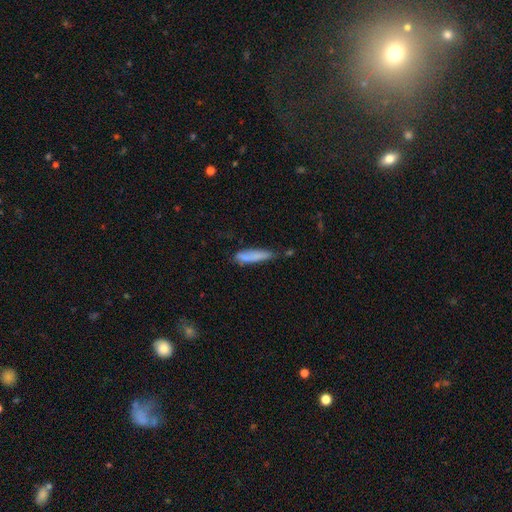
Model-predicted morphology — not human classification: Smooth or featured?
  - smooth: 78% *
  - featured or disk: 15%
  - star or artifact: 7%
How rounded?
  - cigar-shaped: 74% *
  - in between: 24%
  - round: 2%
Merging?
  - none: 51% *
  - minor disturbance: 34%
  - major disturbance: 9%
  - merger: 7%